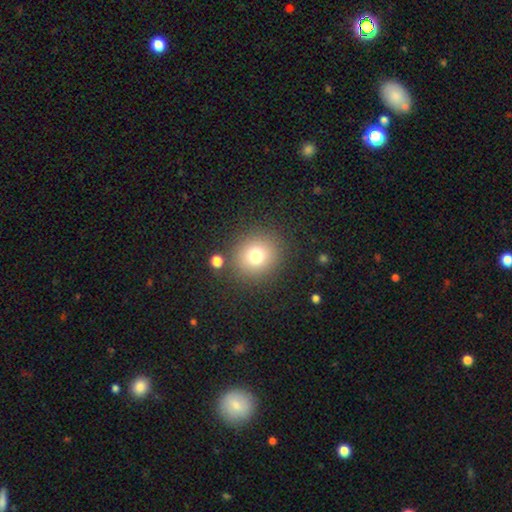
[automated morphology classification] Overall: smooth (75%). How rounded: round (88%). Merging: none (85%).